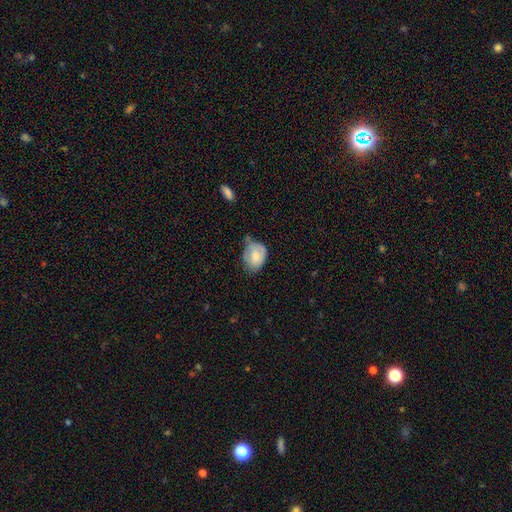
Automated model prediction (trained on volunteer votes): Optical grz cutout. It shows a smooth galaxy with no disk features (70%) that is in between round and cigar-shaped (61%). Merging: none (44%).